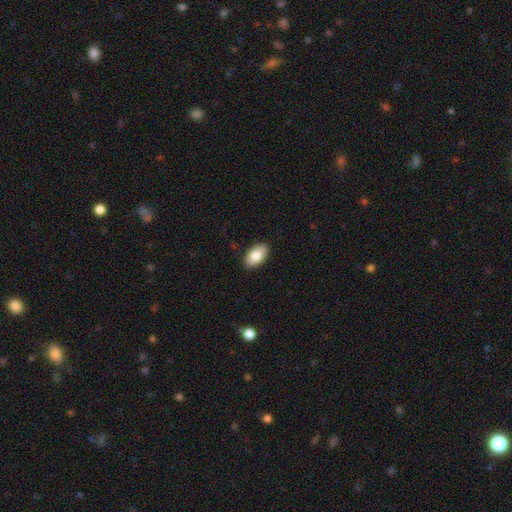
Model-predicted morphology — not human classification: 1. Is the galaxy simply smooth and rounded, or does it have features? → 83% smooth, 10% featured or disk, 7% star or artifact.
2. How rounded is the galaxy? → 94% in between, 5% round, 2% cigar-shaped.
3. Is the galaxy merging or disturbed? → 89% none, 8% minor disturbance, 2% major disturbance, 1% merger.